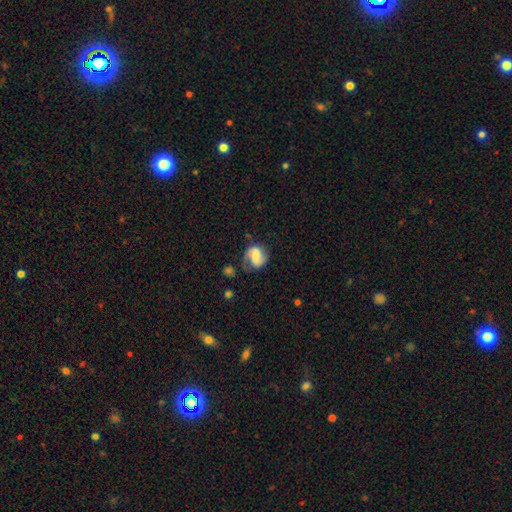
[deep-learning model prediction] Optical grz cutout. It shows a featured or disk galaxy (55%) with a weak bar (42%), spiral arms (84%) and a small central bulge (31%). Merging: none (53%).